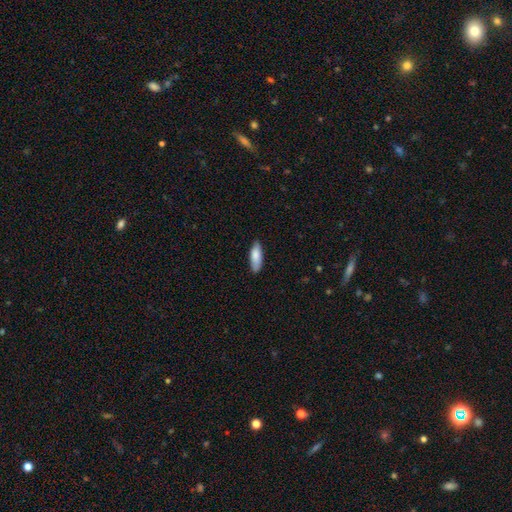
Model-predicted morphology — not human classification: A smooth galaxy with no disk features (83%) that is in between round and cigar-shaped (63%).

Vote fractions:
- Smooth or featured? smooth: 83% / featured or disk: 11% / star or artifact: 6%
- How rounded? in between: 63% / cigar-shaped: 36% / round: 2%
- Merging? none: 82% / minor disturbance: 15% / major disturbance: 2% / merger: 1%